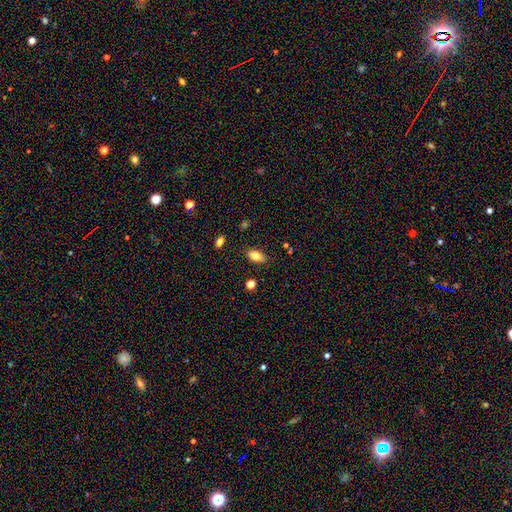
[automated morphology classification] The model was most divided on "smooth or featured": smooth: 77%, featured or disk: 14%, star or artifact: 9%. More confident: how rounded — in between (87%); merging — none (86%).